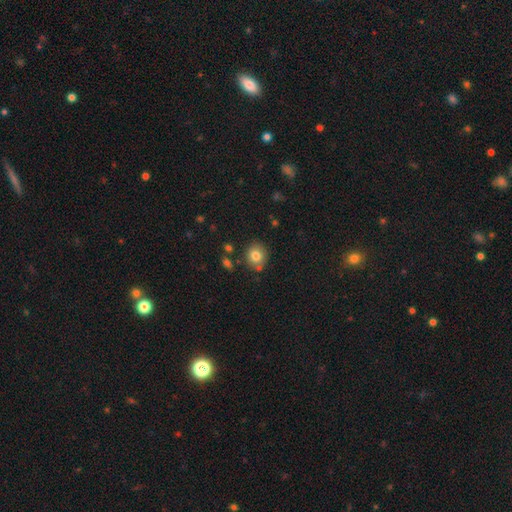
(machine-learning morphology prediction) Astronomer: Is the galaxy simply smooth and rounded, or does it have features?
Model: smooth — 80%.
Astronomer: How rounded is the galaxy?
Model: round — 76%.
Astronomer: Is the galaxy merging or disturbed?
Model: none — 79%.